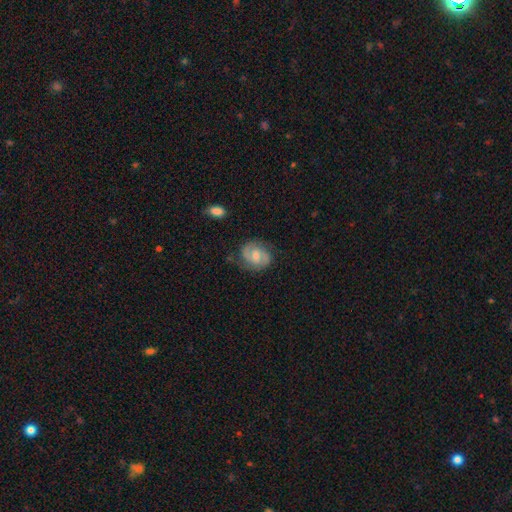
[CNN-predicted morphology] A featured or disk galaxy (66%) with no bar (46%), 2 (84%) medium (47%) spiral arms (91%) and a moderate central bulge (53%). Merging: none (71%).